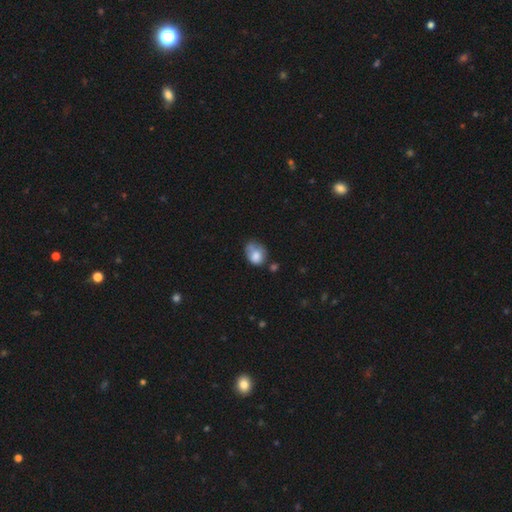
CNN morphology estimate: A smooth galaxy with no disk features (74%) that is round (50%). Merging: none (33%).